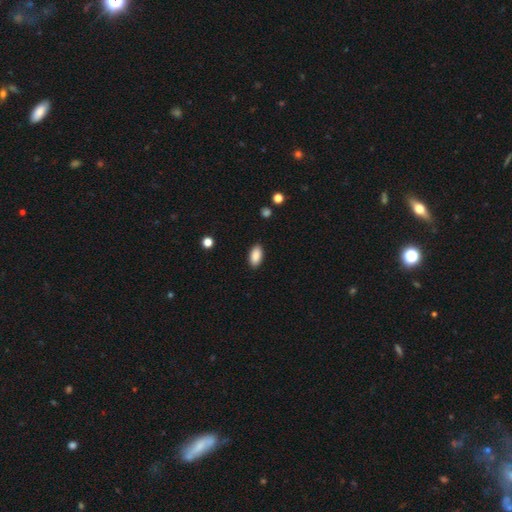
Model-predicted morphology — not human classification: A smooth galaxy with no disk features (89%) that is in between round and cigar-shaped (93%). Merging: none (89%).